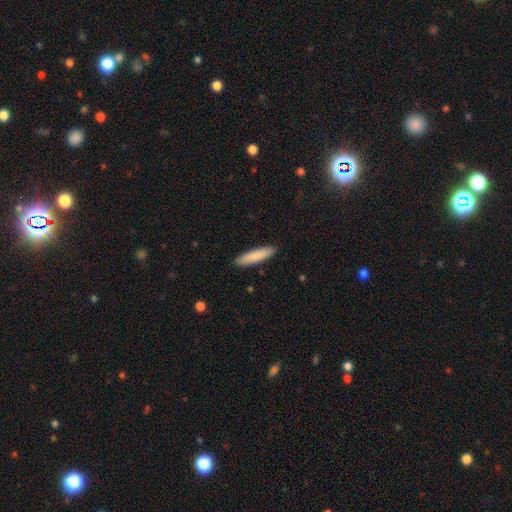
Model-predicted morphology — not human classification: Smooth or featured: smooth — 85% (featured or disk — 9%)
How rounded: cigar-shaped — 83% (in between — 16%)
Merging: none — 91% (minor disturbance — 7%)